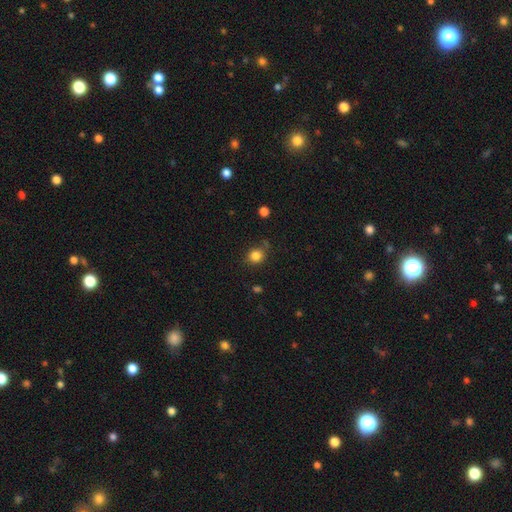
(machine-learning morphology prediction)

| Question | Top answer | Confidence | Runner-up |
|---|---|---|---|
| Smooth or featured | smooth | 83% | star or artifact (12%) |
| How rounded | round | 79% | in between (20%) |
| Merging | none | 76% | minor disturbance (15%) |